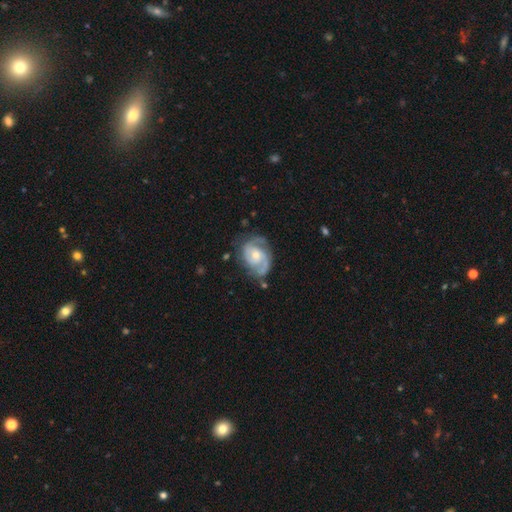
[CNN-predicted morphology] featured or disk 88%, smooth 7%, star or artifact 4%. Down the decision tree: edge-on disk — no (98%); bar — no (62%); spiral arms — yes (97%); spiral arm count — 2 (79%); spiral winding — medium (48%); bulge size — moderate (50%); merging — none (69%).